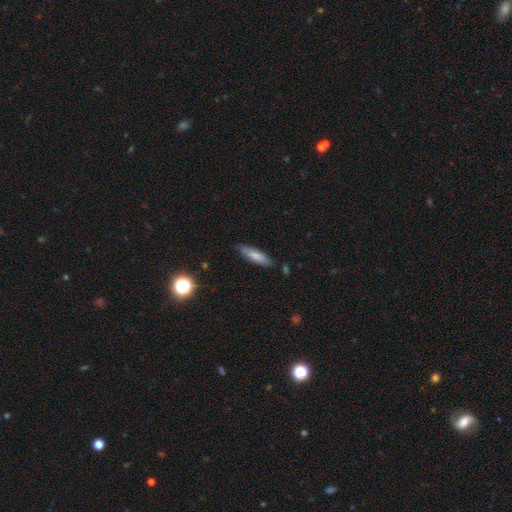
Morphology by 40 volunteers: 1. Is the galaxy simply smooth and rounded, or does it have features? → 70% smooth, 25% featured or disk, 5% star or artifact.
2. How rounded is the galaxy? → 79% cigar-shaped, 21% in between, 0% round.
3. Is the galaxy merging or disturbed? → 92% none, 8% minor disturbance, 0% major disturbance, 0% merger.